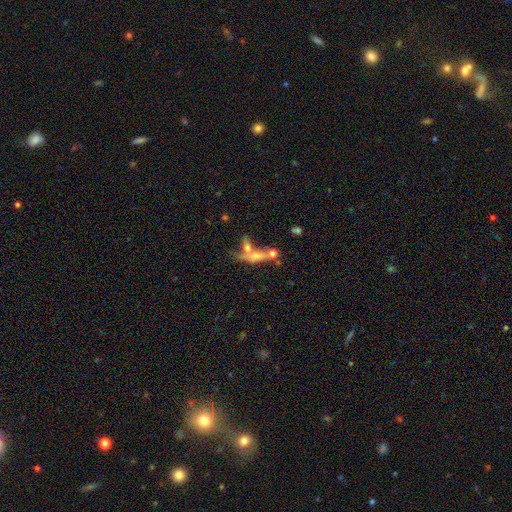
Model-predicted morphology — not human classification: This is marginally a smooth galaxy (43%, tied with featured or disk). Merging: possibly merger (46%).